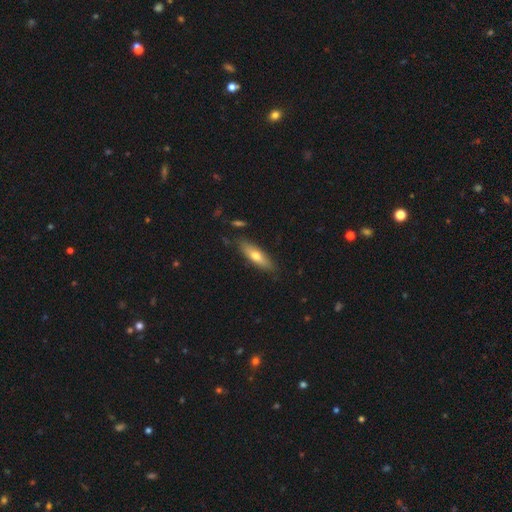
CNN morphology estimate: smooth 61%, featured or disk 33%, star or artifact 6%. Down the decision tree: how rounded — cigar-shaped (60%); merging — none (83%).